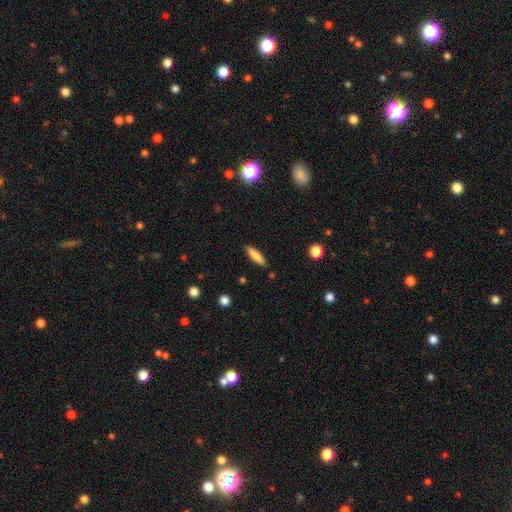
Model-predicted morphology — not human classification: smooth-or-featured: smooth: 76% | featured or disk: 17% | star or artifact: 7%
  how-rounded: cigar-shaped: 68% | in between: 31% | round: 2%
  merging: none: 87% | minor disturbance: 9% | major disturbance: 2% | merger: 2%